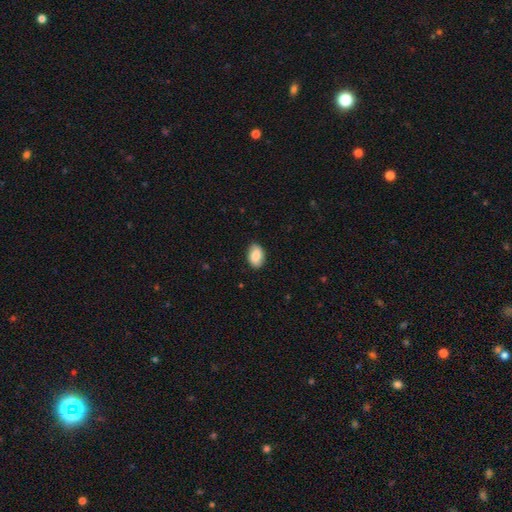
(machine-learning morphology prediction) Smooth or featured? smooth (81%)
How rounded? in between (88%)
Merging? none (85%)